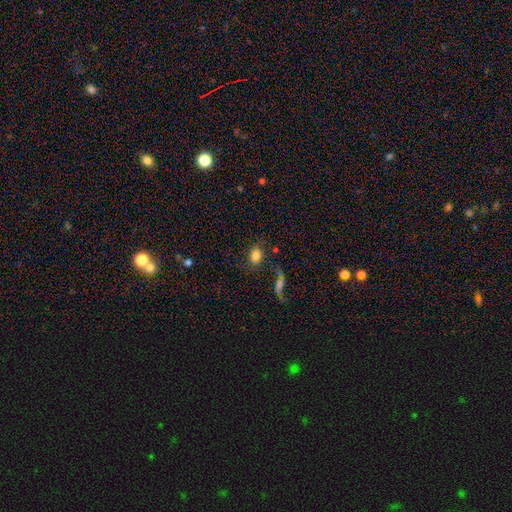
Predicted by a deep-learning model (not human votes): Smooth or featured: smooth — 79% (featured or disk — 11%)
How rounded: in between — 64% (round — 34%)
Merging: none — 71% (minor disturbance — 15%)